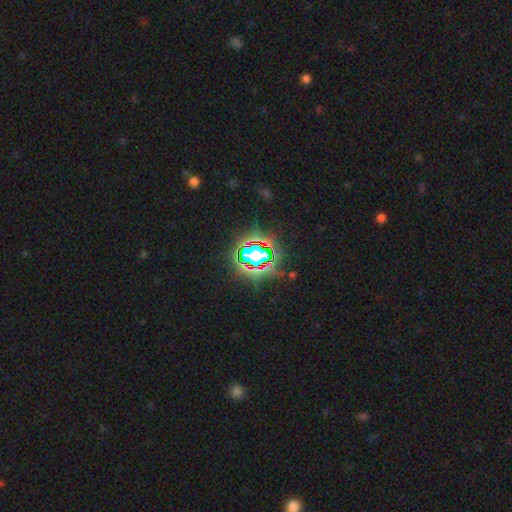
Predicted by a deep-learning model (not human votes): Smooth or featured? star or artifact (75%)